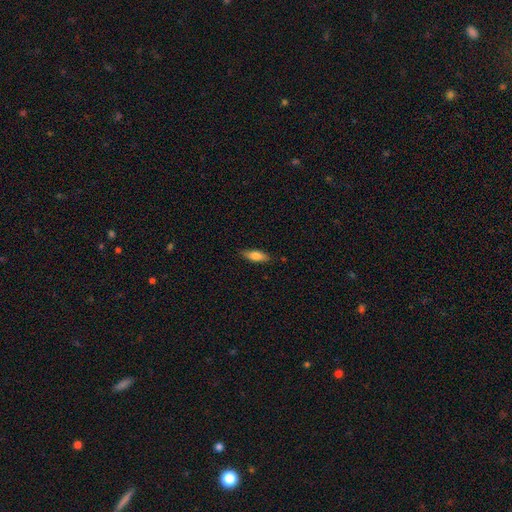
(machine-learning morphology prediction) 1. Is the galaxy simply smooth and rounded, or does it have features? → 77% smooth, 17% featured or disk, 7% star or artifact.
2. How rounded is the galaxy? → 62% in between, 35% cigar-shaped, 2% round.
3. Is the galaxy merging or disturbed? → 83% none, 13% minor disturbance, 2% major disturbance, 1% merger.